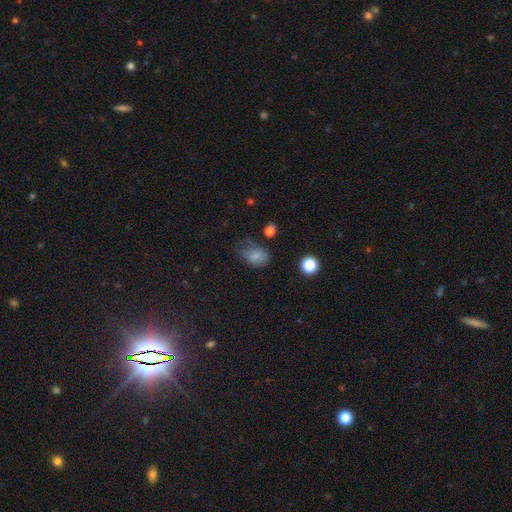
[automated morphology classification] Smooth or featured? smooth (76%)
How rounded? in between (75%)
Merging? none (42%)